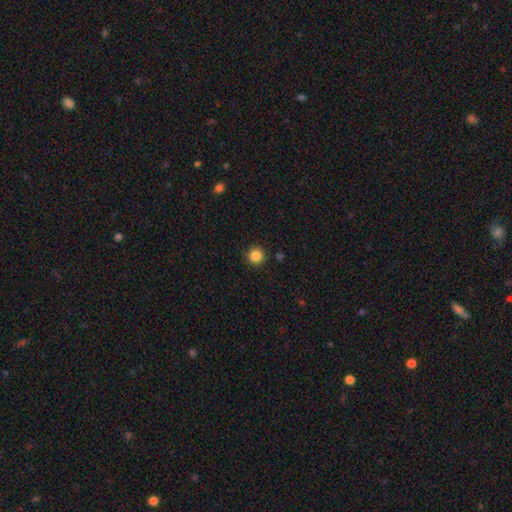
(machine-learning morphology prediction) A smooth galaxy with no disk features (86%) that is round (95%).

Vote fractions:
- Smooth or featured? smooth: 86% / star or artifact: 11% / featured or disk: 3%
- How rounded? round: 95% / in between: 4% / cigar-shaped: 1%
- Merging? none: 91% / minor disturbance: 5% / major disturbance: 2% / merger: 2%